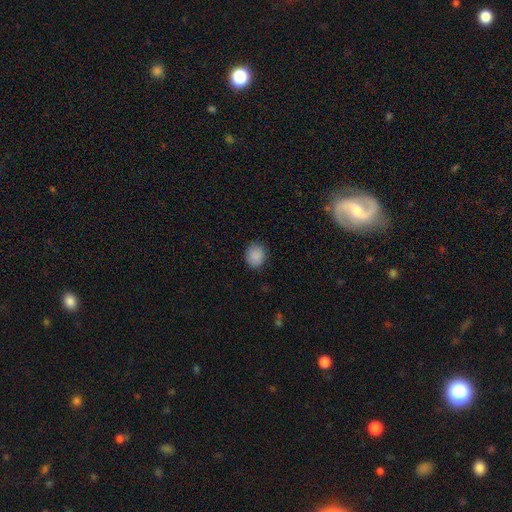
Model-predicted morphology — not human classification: smooth-or-featured: smooth: 88% | star or artifact: 9% | featured or disk: 4%
  how-rounded: round: 69% | in between: 30% | cigar-shaped: 1%
  merging: none: 85% | minor disturbance: 11% | major disturbance: 3% | merger: 1%